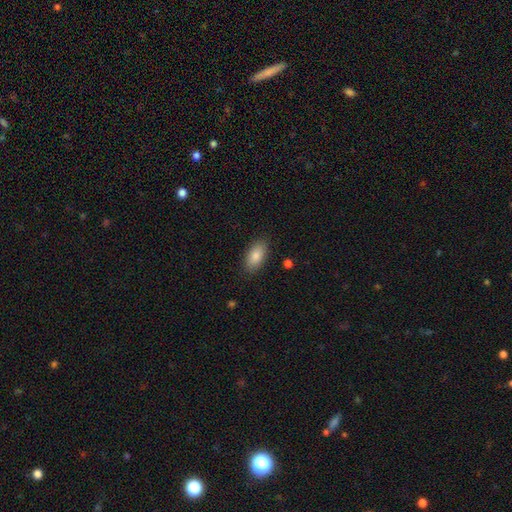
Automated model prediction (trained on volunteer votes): This appears to be a smooth galaxy with no disk features (85%) that is in between round and cigar-shaped (91%). Merging: none (87%).